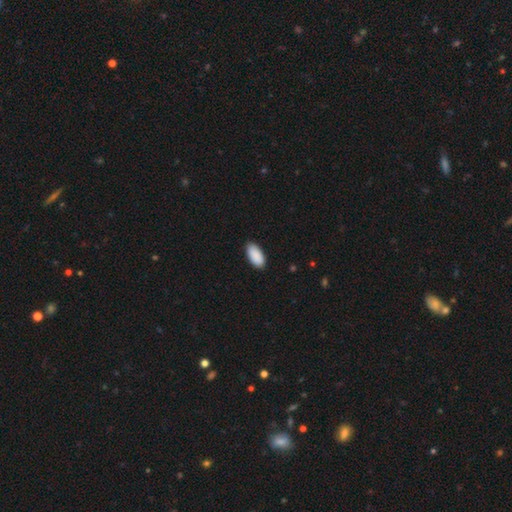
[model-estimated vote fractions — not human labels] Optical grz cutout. It shows a smooth galaxy with no disk features (91%) that is in between round and cigar-shaped (94%). Merging: none (87%).